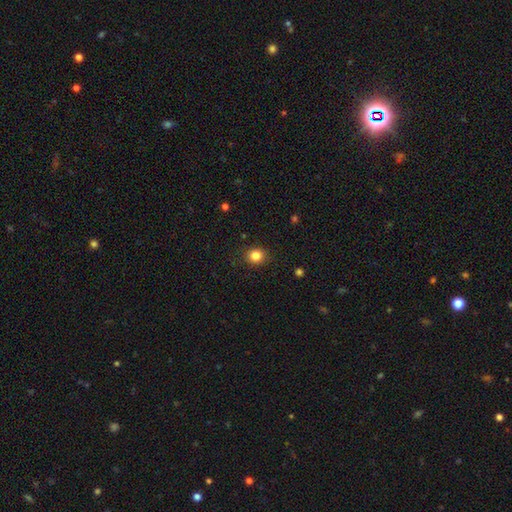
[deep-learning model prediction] smooth-or-featured: smooth: 84% | star or artifact: 11% | featured or disk: 5%
  how-rounded: round: 80% | in between: 20% | cigar-shaped: 1%
  merging: none: 89% | minor disturbance: 8% | major disturbance: 2% | merger: 1%